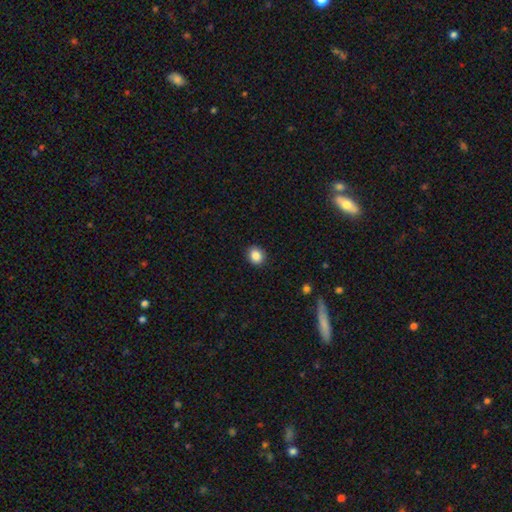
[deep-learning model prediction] This appears to be a smooth galaxy with no disk features (87%) that is round (67%). Merging: none (91%).